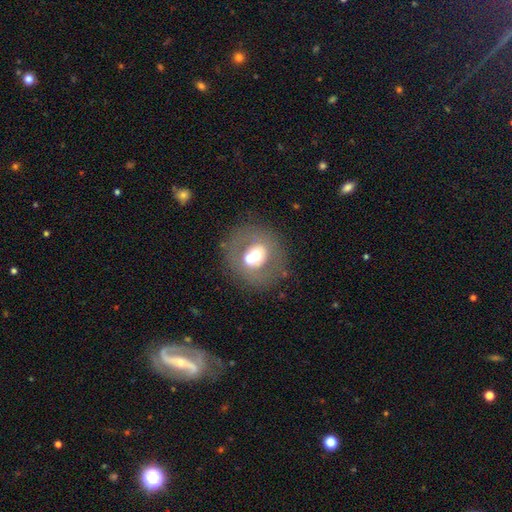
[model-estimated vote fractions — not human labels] This appears to be a smooth galaxy with no disk features (49%). Merging: none (61%).